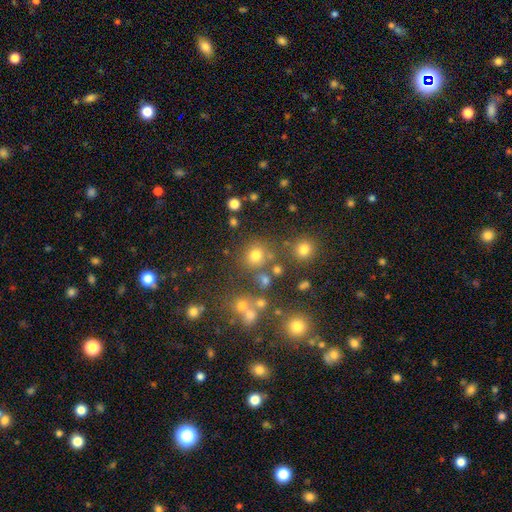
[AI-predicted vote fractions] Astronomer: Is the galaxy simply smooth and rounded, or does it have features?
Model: smooth — 73%.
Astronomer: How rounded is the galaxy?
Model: round — 88%.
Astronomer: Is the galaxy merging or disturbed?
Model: none — 75%.